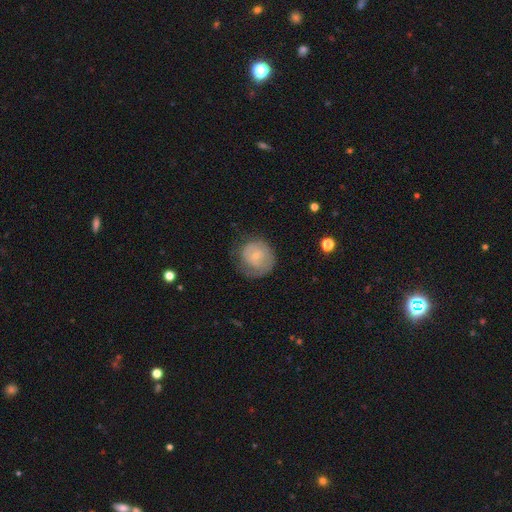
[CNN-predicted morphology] Overall: smooth (51%; featured or disk 41%). How rounded: round (84%). Merging: none (54%; minor disturbance 27%).